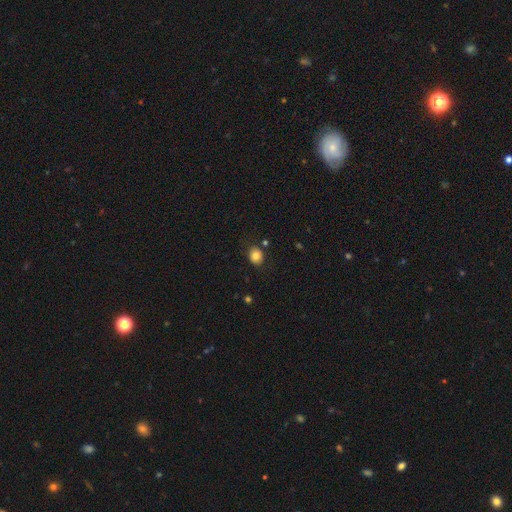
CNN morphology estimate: Smooth or featured?
  - smooth: 81% *
  - star or artifact: 11%
  - featured or disk: 9%
How rounded?
  - round: 64% *
  - in between: 35%
  - cigar-shaped: 1%
Merging?
  - none: 83% *
  - minor disturbance: 11%
  - major disturbance: 3%
  - merger: 3%